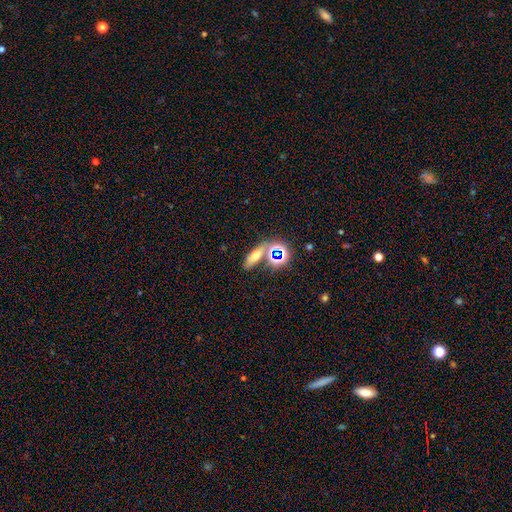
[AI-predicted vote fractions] Smooth or featured? Predicted: smooth (p=0.52). How rounded? Predicted: in between (p=0.51). Merging? Predicted: none (p=0.67).